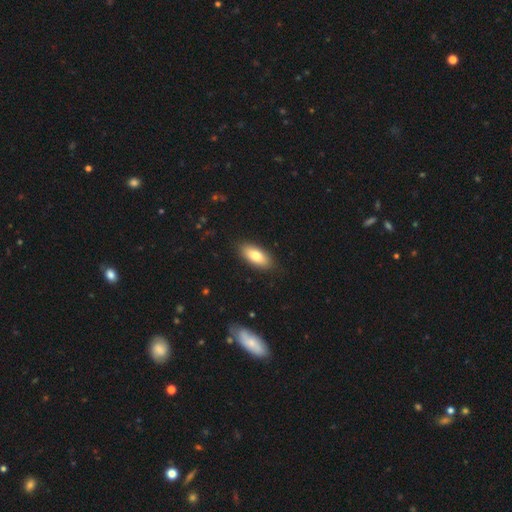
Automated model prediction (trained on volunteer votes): Smooth or featured: smooth — 79% (featured or disk — 14%)
How rounded: in between — 87% (cigar-shaped — 11%)
Merging: none — 87% (minor disturbance — 10%)